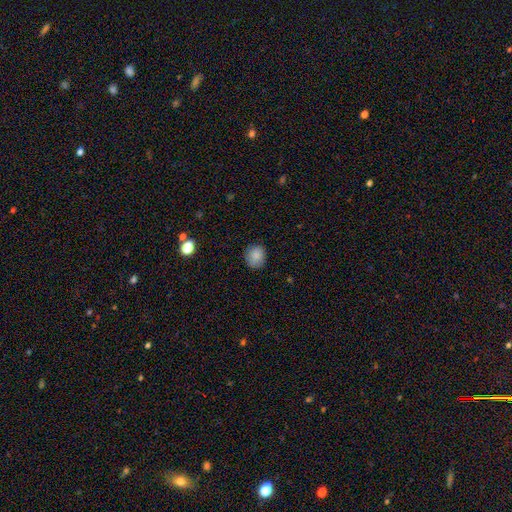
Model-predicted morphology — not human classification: Smooth or featured: smooth — 85% (star or artifact — 9%)
How rounded: round — 77% (in between — 22%)
Merging: none — 84% (minor disturbance — 12%)